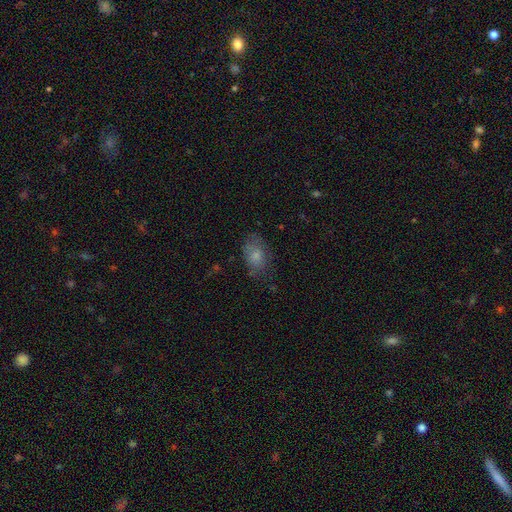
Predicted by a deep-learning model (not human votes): Q: Smooth or featured?
A: smooth (74%); runner-up: featured or disk (17%)
Q: How rounded?
A: in between (86%); runner-up: round (13%)
Q: Merging?
A: none (63%); runner-up: minor disturbance (25%)